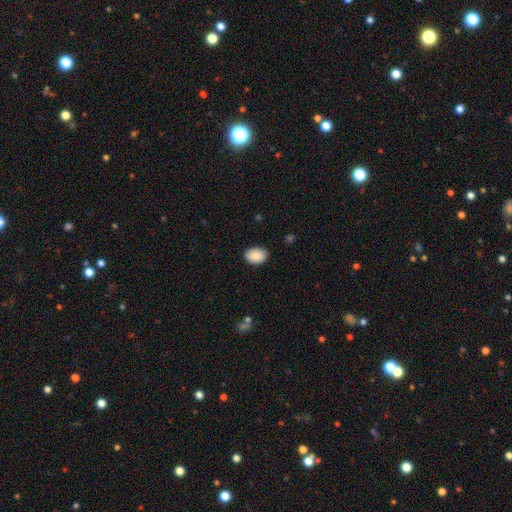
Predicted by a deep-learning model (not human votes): This appears to be a smooth galaxy with no disk features (88%) that is in between round and cigar-shaped (82%). Merging: none (88%).